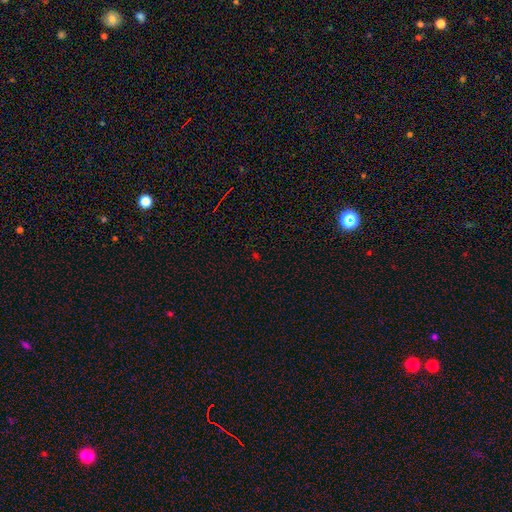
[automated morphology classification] smooth_or_featured: star or artifact (p=0.67) [alt: smooth p=0.25]